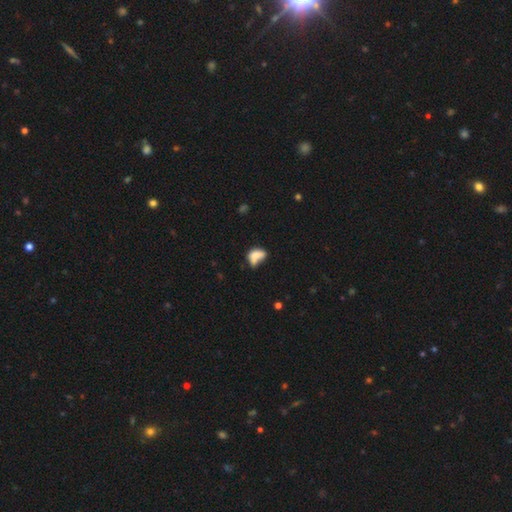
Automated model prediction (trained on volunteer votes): Smooth or featured? smooth (68%)
How rounded? in between (78%)
Merging? merger (33%)